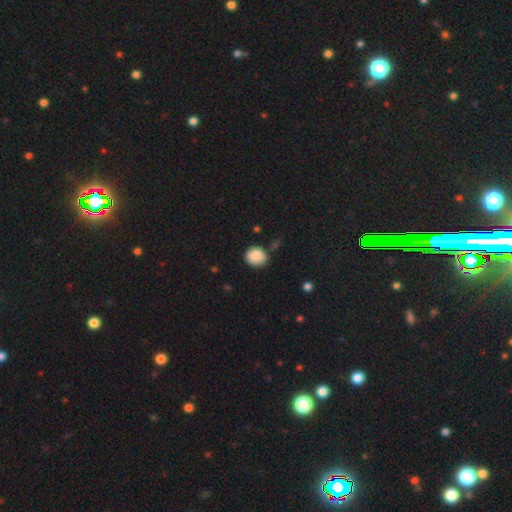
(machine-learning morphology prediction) Smooth or featured: smooth — 86% (star or artifact — 8%)
How rounded: round — 79% (in between — 20%)
Merging: none — 74% (minor disturbance — 18%)